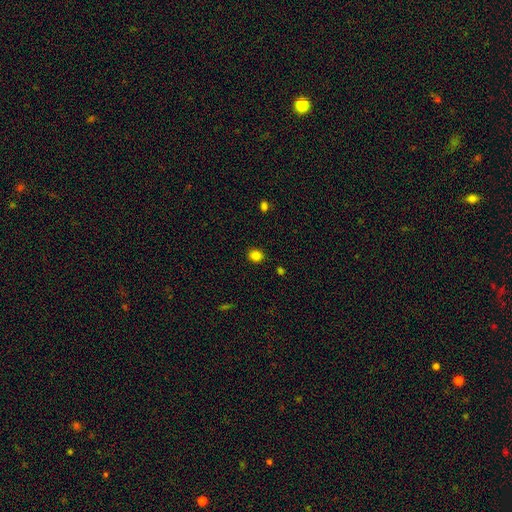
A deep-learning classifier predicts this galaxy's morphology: smooth 84%, star or artifact 12%, featured or disk 4%. Down the decision tree: how rounded — round (73%); merging — none (89%).